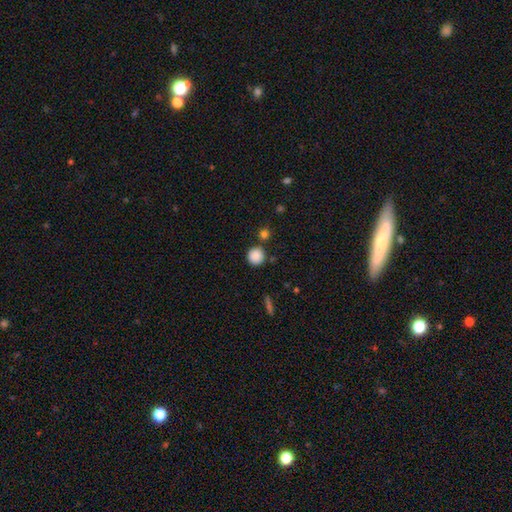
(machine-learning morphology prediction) Smooth or featured? Predicted: smooth (p=0.87). How rounded? Predicted: round (p=0.94). Merging? Predicted: none (p=0.81).